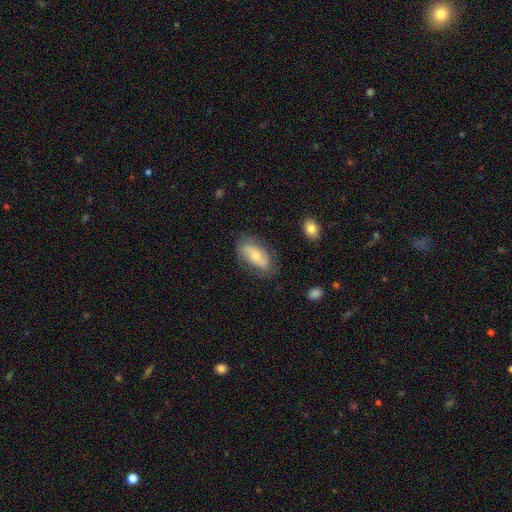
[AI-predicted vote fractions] The model was most divided on "smooth or featured": smooth: 53%, featured or disk: 40%, star or artifact: 7%. More confident: how rounded — in between (89%); merging — none (70%).